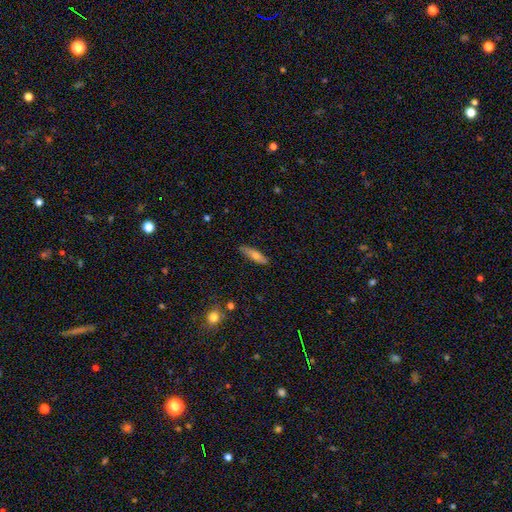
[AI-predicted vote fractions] Overall: smooth (63%; featured or disk 30%). How rounded: cigar-shaped (60%; in between 37%). Merging: none (83%).